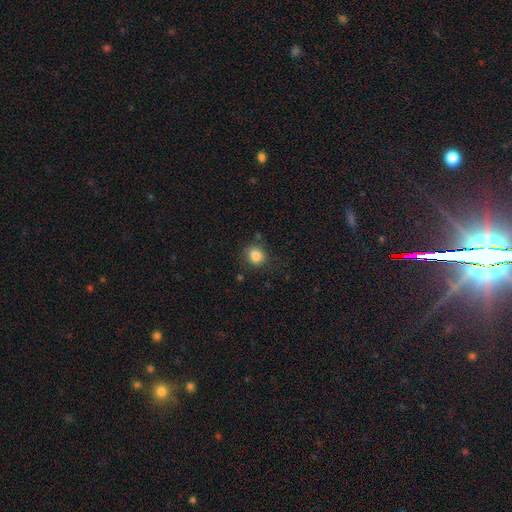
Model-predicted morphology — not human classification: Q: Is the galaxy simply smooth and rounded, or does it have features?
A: smooth — 85%.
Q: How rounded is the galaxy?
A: round — 71%.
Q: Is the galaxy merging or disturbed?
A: none — 76%.